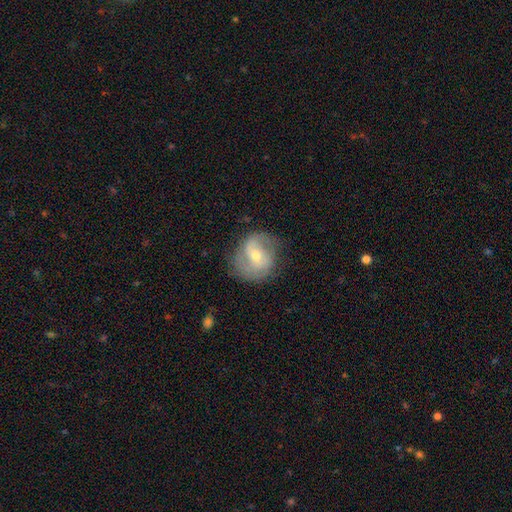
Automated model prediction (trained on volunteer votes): smooth_or_featured: featured or disk (p=0.68) [alt: smooth p=0.25]
disk_edge_on: no (p=0.97) [alt: yes p=0.03]
bar: weak (p=0.45) [alt: no p=0.37]
has_spiral_arms: yes (p=0.85) [alt: no p=0.15]
spiral_winding: medium (p=0.45) [alt: tight p=0.31]
spiral_arm_count: 2 (p=0.76) [alt: can't tell p=0.13]
bulge_size: moderate (p=0.50) [alt: small p=0.45]
merging: none (p=0.69) [alt: minor disturbance p=0.20]